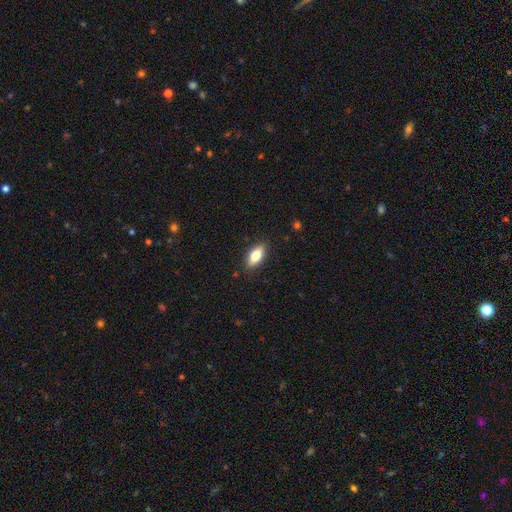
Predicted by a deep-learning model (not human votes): This is likely a smooth galaxy (75%). How rounded: clearly in between (83%). Merging: clearly none (87%).